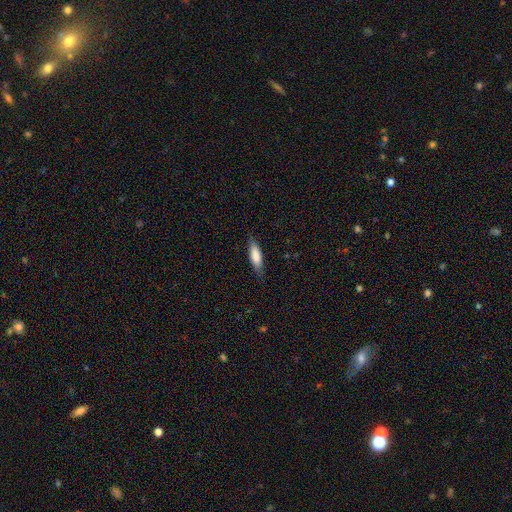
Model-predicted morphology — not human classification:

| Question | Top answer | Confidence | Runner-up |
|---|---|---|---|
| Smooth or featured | smooth | 82% | featured or disk (12%) |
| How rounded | cigar-shaped | 51% | in between (47%) |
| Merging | none | 81% | minor disturbance (15%) |